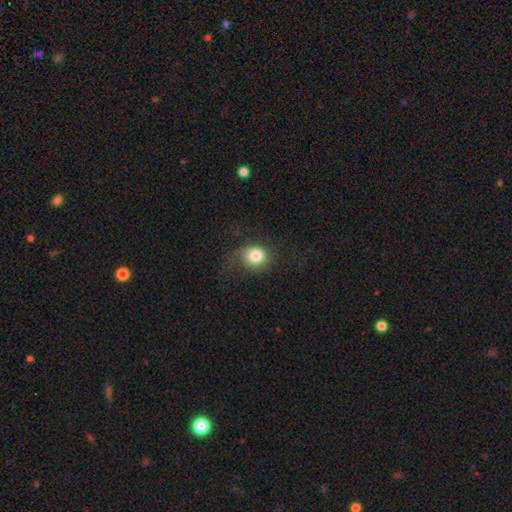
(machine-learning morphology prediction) Smooth or featured?
  - smooth: 78% *
  - featured or disk: 12%
  - star or artifact: 9%
How rounded?
  - round: 79% *
  - in between: 20%
  - cigar-shaped: 1%
Merging?
  - none: 61% *
  - minor disturbance: 21%
  - major disturbance: 16%
  - merger: 1%